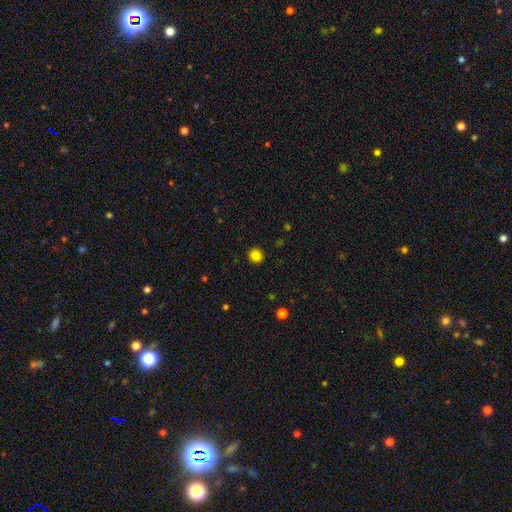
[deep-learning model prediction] smooth_or_featured: smooth (p=0.84) [alt: star or artifact p=0.12]
how_rounded: round (p=0.93) [alt: in between p=0.06]
merging: none (p=0.92) [alt: minor disturbance p=0.05]